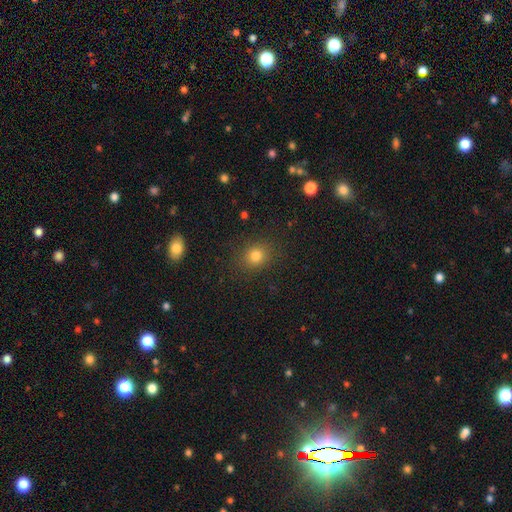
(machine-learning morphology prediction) This appears to be a smooth galaxy with no disk features (80%) that is round (77%). Merging: none (86%).